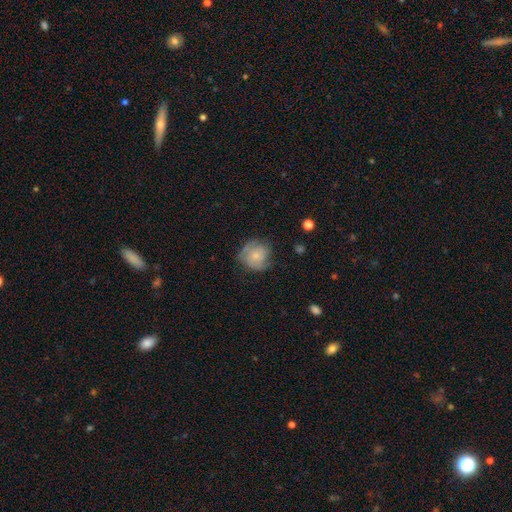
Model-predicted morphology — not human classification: Smooth or featured?
  - smooth: 57% *
  - featured or disk: 36%
  - star or artifact: 8%
How rounded?
  - round: 83% *
  - in between: 16%
  - cigar-shaped: 1%
Merging?
  - none: 57% *
  - minor disturbance: 30%
  - major disturbance: 11%
  - merger: 2%